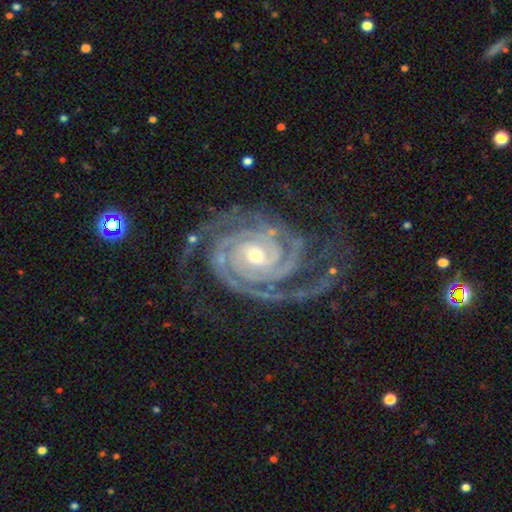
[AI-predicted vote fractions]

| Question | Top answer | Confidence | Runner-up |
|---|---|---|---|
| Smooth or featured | featured or disk | 94% | star or artifact (4%) |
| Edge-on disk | no | 98% | yes (2%) |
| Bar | no | 55% | weak (28%) |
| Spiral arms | yes | 99% | no (1%) |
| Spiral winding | tight | 82% | medium (16%) |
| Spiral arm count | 2 | 46% | 3 (23%) |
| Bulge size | small | 60% | moderate (37%) |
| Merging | none | 74% | minor disturbance (16%) |